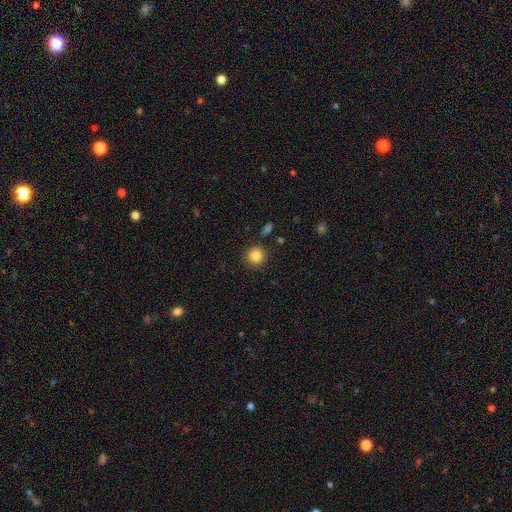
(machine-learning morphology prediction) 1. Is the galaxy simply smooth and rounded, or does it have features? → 84% smooth, 10% star or artifact, 6% featured or disk.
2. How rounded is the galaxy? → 93% round, 6% in between, 1% cigar-shaped.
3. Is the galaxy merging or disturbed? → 90% none, 6% minor disturbance, 2% major disturbance, 2% merger.